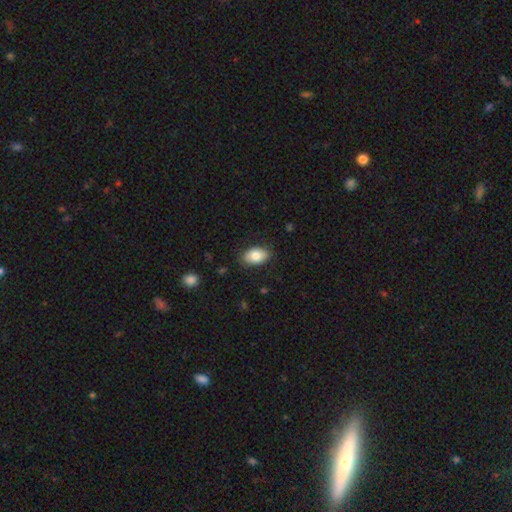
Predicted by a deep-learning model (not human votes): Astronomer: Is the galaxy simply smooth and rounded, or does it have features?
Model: smooth — 82%.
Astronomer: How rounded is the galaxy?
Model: in between — 92%.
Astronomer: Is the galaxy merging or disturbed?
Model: none — 85%.